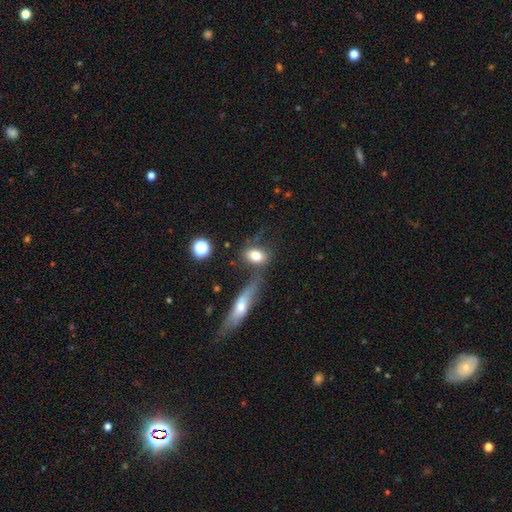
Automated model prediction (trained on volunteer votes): The model was most divided on "merging": none: 55%, merger: 19%, minor disturbance: 17%, major disturbance: 9%. More confident: smooth or featured — smooth (78%); how rounded — in between (75%).